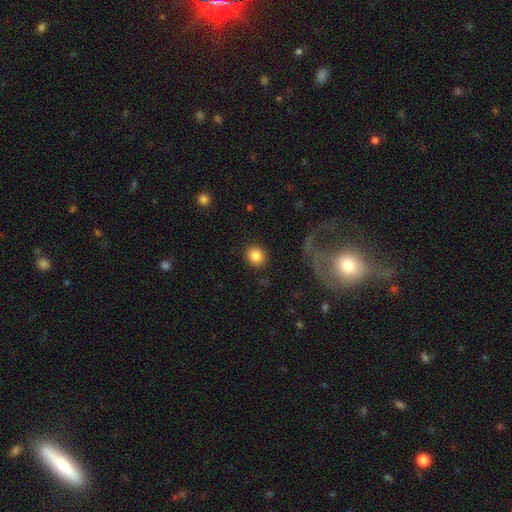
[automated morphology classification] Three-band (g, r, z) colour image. It shows a smooth galaxy with no disk features (85%) that is round (82%). Merging: none (89%).